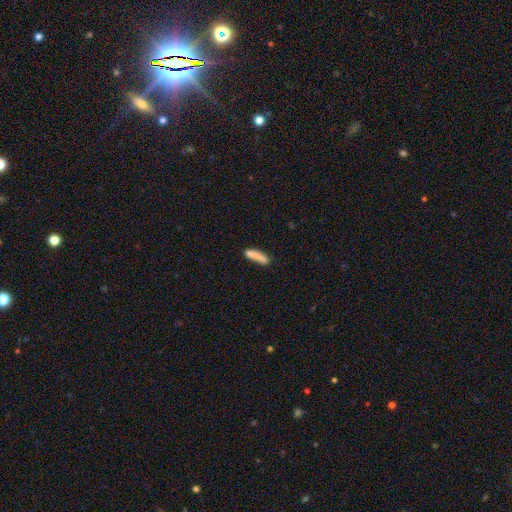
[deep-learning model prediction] smooth 83%, featured or disk 11%, star or artifact 7%. Down the decision tree: how rounded — cigar-shaped (84%); merging — none (72%).